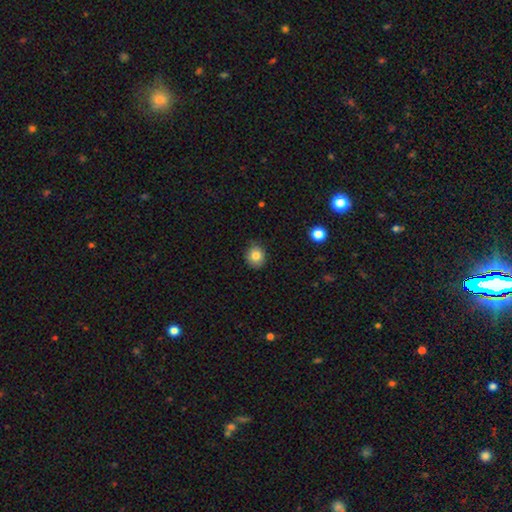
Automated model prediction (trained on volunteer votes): A smooth galaxy with no disk features (82%) that is round (82%). Merging: none (83%).